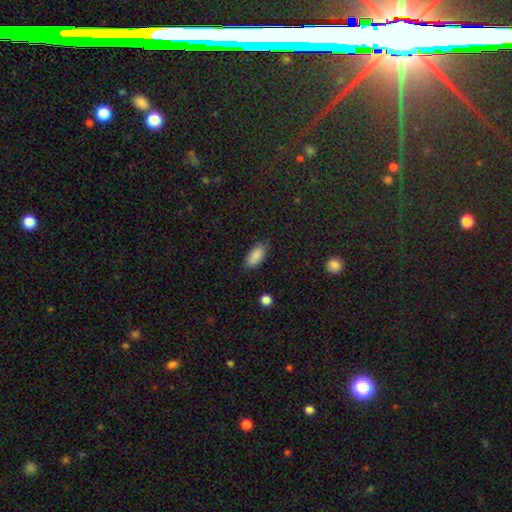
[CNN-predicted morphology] A smooth galaxy with no disk features (88%) that is in between round and cigar-shaped (88%). Merging: none (81%).